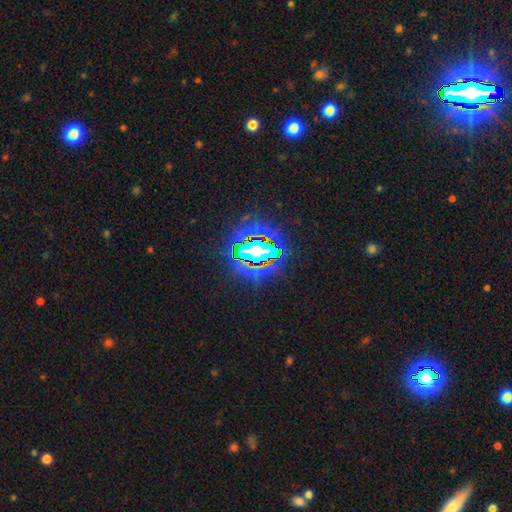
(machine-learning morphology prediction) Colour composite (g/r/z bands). It shows a star or artifact, not a galaxy (82%).